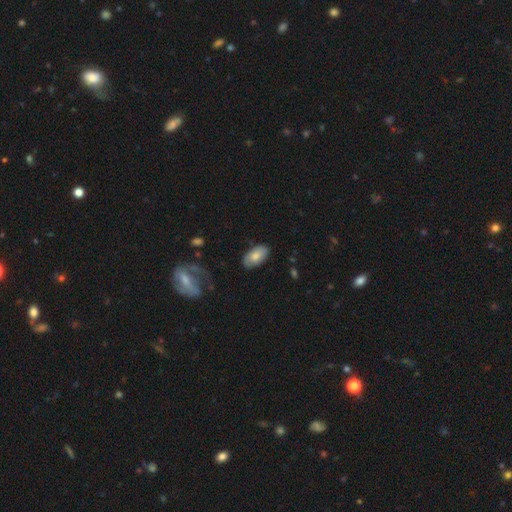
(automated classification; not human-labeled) This appears to be a smooth galaxy with no disk features (76%) that is in between round and cigar-shaped (94%). Merging: none (80%).